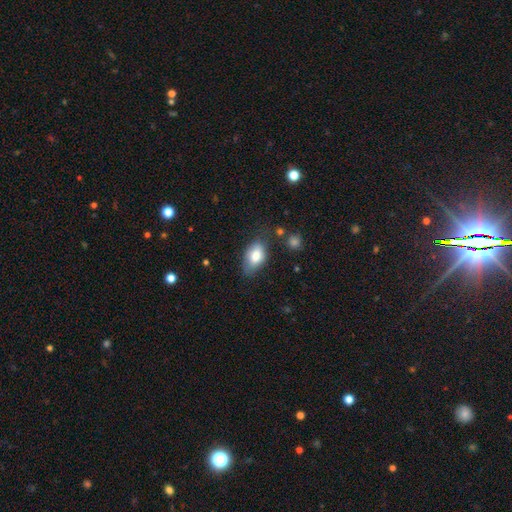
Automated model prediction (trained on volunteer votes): smooth-or-featured: smooth: 79% | featured or disk: 13% | star or artifact: 7%
  how-rounded: in between: 90% | round: 8% | cigar-shaped: 2%
  merging: none: 63% | minor disturbance: 27% | major disturbance: 7% | merger: 3%